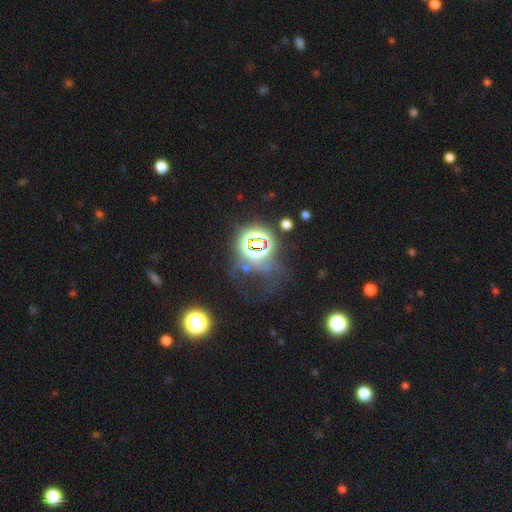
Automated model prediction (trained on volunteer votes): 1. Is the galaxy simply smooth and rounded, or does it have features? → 70% star or artifact, 16% smooth, 14% featured or disk.